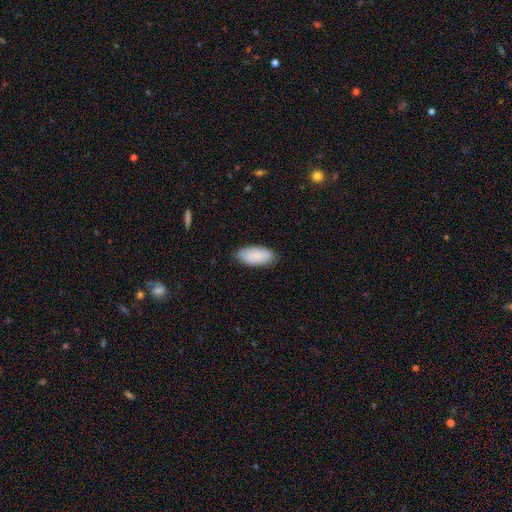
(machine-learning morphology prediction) smooth_or_featured: smooth (p=0.86) [alt: featured or disk p=0.08]
how_rounded: in between (p=0.91) [alt: cigar-shaped p=0.07]
merging: none (p=0.83) [alt: minor disturbance p=0.14]